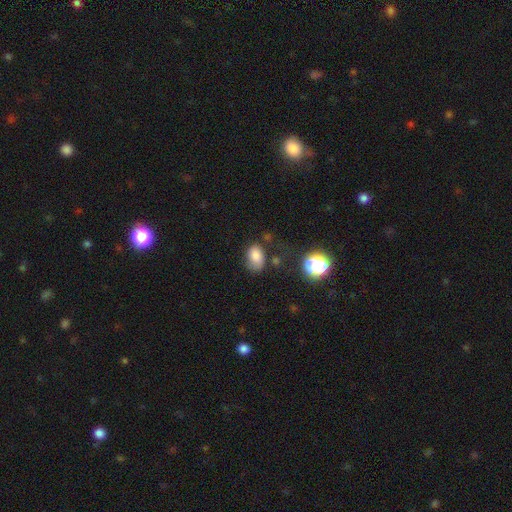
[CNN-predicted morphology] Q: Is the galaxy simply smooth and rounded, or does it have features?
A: smooth — 79%.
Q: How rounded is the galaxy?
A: in between — 81%.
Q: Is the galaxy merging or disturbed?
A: none — 53%.